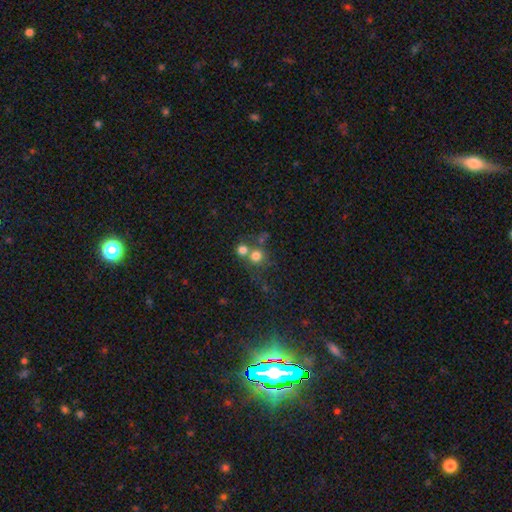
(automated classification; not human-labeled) This appears to be a smooth galaxy with no disk features (73%) that is round (90%). Merging: none (49%).